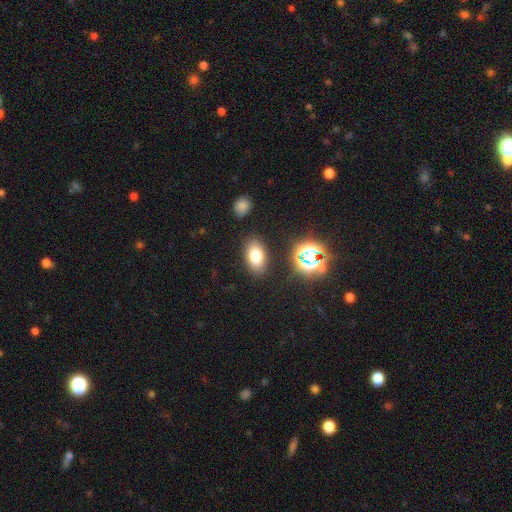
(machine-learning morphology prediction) This appears to be a smooth galaxy with no disk features (75%) that is in between round and cigar-shaped (89%). Merging: none (86%).